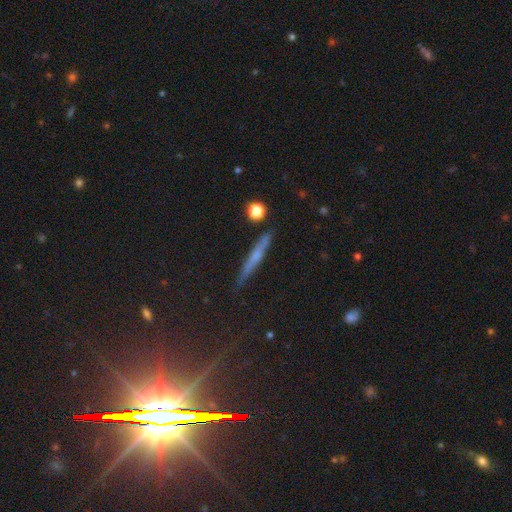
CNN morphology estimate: This appears to be a featured or disk galaxy (45%). Merging: none (87%).